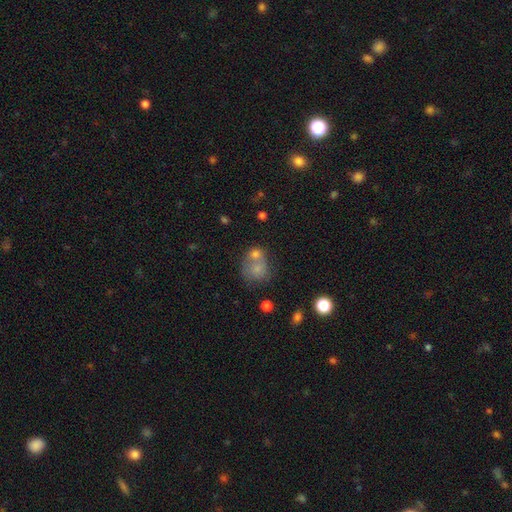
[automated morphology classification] Smooth or featured: smooth — 64% (featured or disk — 19%)
How rounded: round — 72% (in between — 27%)
Merging: merger — 47% (none — 37%)